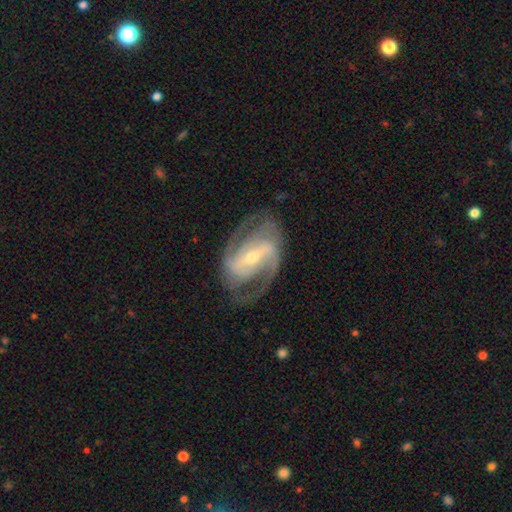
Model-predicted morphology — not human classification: Overall: featured or disk (90%). Edge-on disk: no (96%). Bar: strong (58%; weak 30%). Spiral arms: yes (96%). Spiral arm count: 2 (78%). Spiral winding: medium (51%; tight 33%). Bulge size: small (56%; moderate 40%). Merging: none (74%).